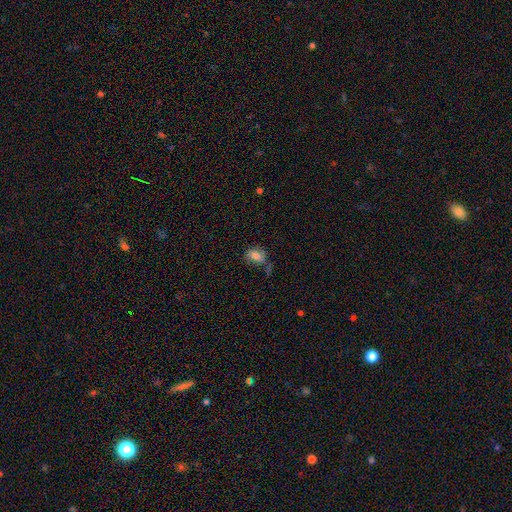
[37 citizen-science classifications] Smooth or featured: smooth — 78% (featured or disk — 16%)
How rounded: in between — 76% (round — 24%)
Merging: none — 37% (minor disturbance — 29%)